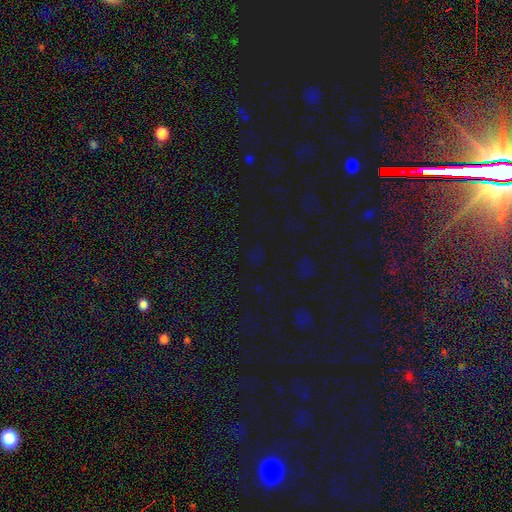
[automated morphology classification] smooth-or-featured: star or artifact: 77% | smooth: 16% | featured or disk: 7%